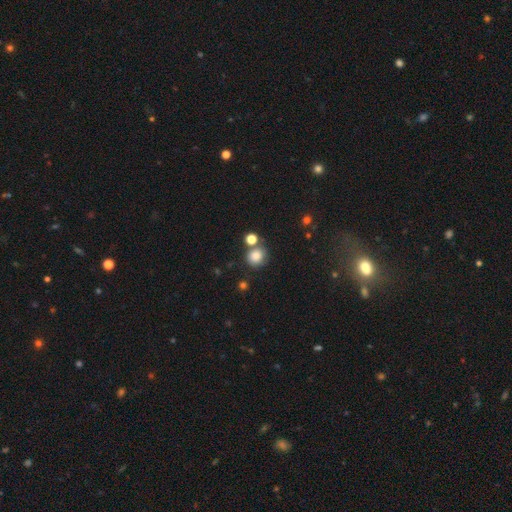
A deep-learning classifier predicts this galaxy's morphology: Smooth or featured? Predicted: smooth (p=0.82). How rounded? Predicted: round (p=0.87). Merging? Predicted: none (p=0.67).